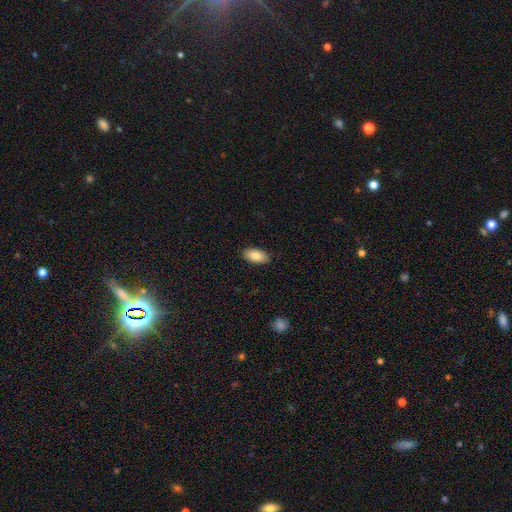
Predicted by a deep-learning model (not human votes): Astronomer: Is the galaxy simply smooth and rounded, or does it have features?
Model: smooth — 86%.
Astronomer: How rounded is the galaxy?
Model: in between — 93%.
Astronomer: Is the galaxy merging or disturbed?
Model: none — 88%.